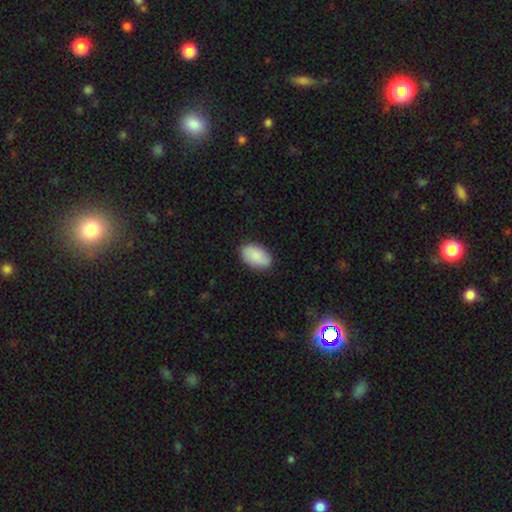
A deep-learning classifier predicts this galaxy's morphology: Smooth or featured: smooth — 88% (featured or disk — 6%)
How rounded: in between — 93% (round — 5%)
Merging: none — 85% (minor disturbance — 12%)